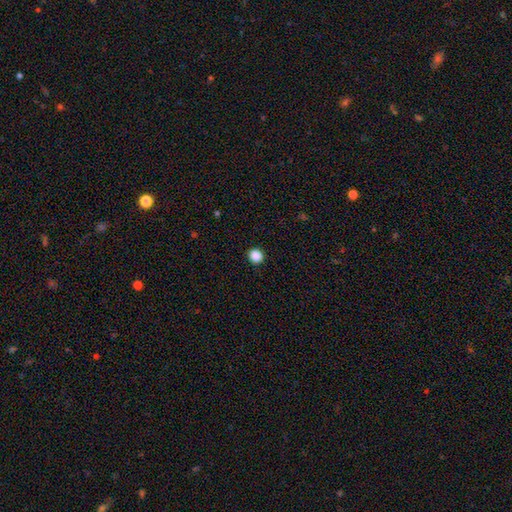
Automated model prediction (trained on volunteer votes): Overall: smooth (88%). How rounded: round (91%). Merging: none (93%).